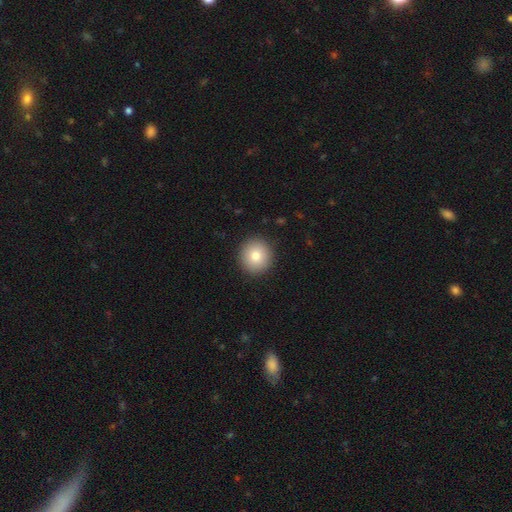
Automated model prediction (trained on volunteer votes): Morphology: type=smooth (82%); roundness=round (90%); merging=none (91%).